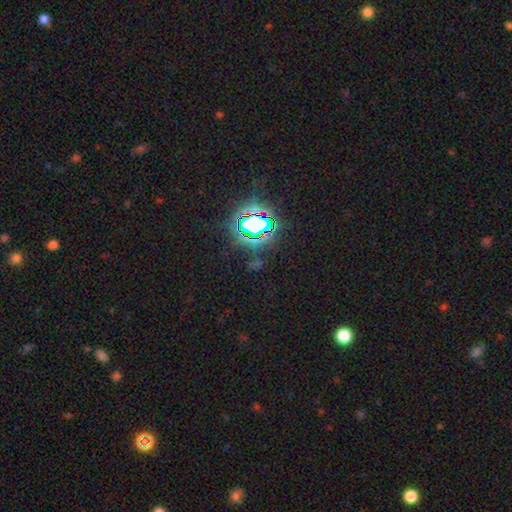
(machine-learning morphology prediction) Smooth or featured: star or artifact — 79% (smooth — 13%)